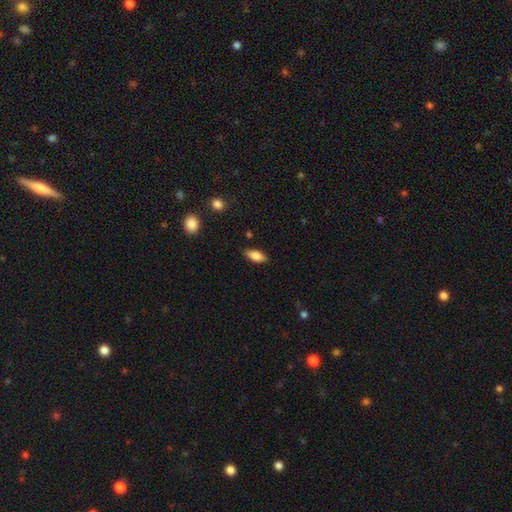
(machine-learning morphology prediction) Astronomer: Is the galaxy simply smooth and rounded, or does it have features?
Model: smooth — 78%.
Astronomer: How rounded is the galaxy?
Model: in between — 84%.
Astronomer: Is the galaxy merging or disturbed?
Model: none — 85%.